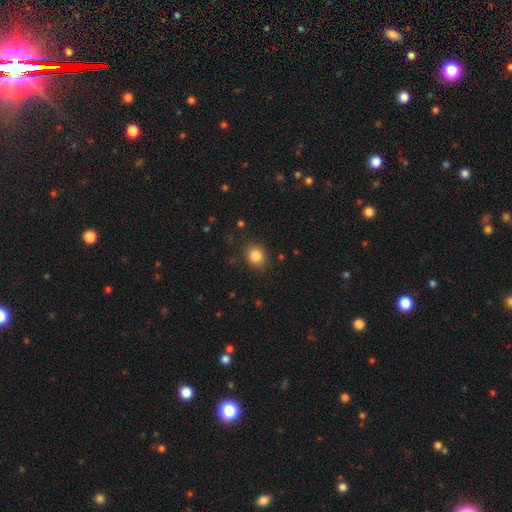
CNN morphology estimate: A smooth galaxy with no disk features (84%) that is round (65%).

Vote fractions:
- Smooth or featured? smooth: 84% / star or artifact: 11% / featured or disk: 5%
- How rounded? round: 65% / in between: 34% / cigar-shaped: 1%
- Merging? none: 86% / minor disturbance: 10% / major disturbance: 3% / merger: 1%